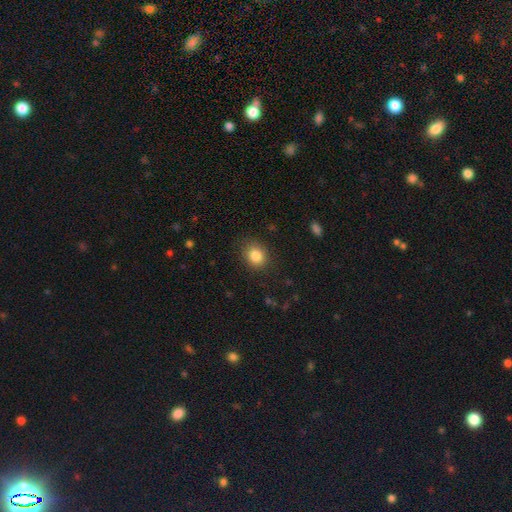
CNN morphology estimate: type=smooth (84%); roundness=round (60%); merging=none (84%).